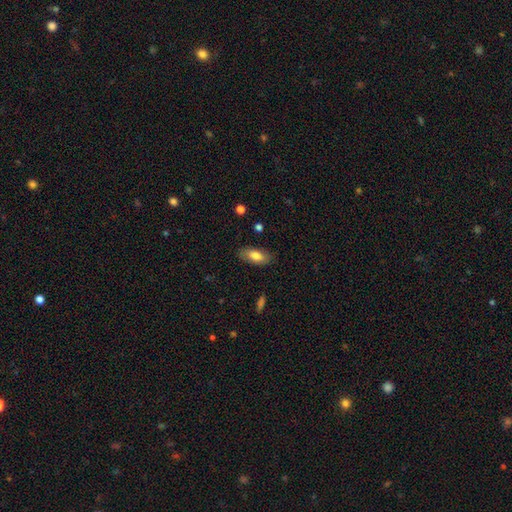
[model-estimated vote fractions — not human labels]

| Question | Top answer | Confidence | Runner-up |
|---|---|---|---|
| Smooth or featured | smooth | 79% | featured or disk (14%) |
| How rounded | in between | 87% | cigar-shaped (11%) |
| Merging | none | 83% | minor disturbance (13%) |